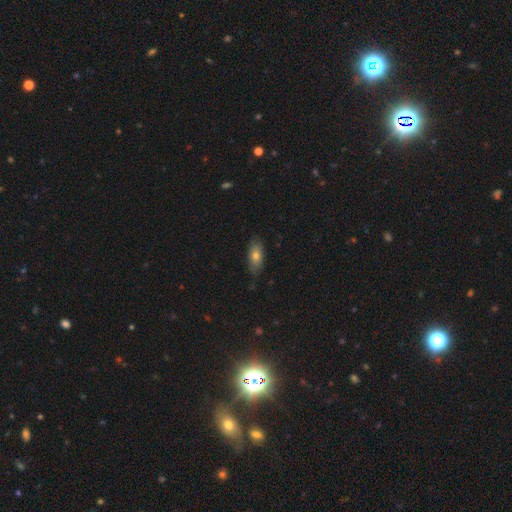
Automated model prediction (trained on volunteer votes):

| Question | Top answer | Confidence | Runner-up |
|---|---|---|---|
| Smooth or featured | smooth | 71% | featured or disk (21%) |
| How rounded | in between | 83% | cigar-shaped (13%) |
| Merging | none | 76% | minor disturbance (19%) |